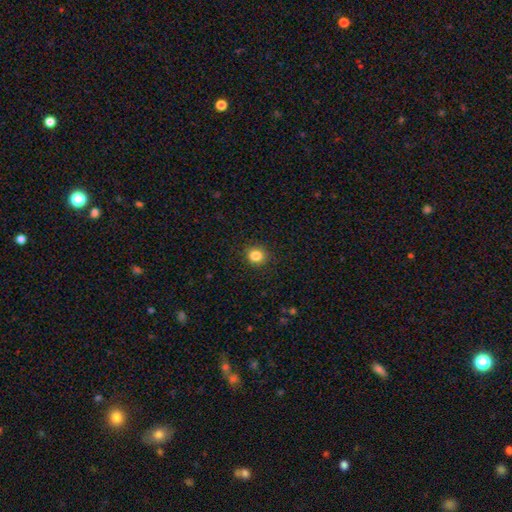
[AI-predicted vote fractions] Q: Smooth or featured?
A: smooth (85%); runner-up: star or artifact (11%)
Q: How rounded?
A: round (84%); runner-up: in between (15%)
Q: Merging?
A: none (90%); runner-up: minor disturbance (7%)